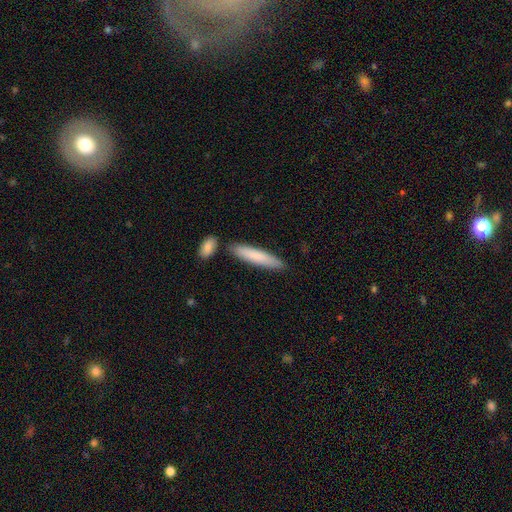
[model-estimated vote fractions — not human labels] Smooth or featured? smooth (80%)
How rounded? cigar-shaped (88%)
Merging? none (80%)